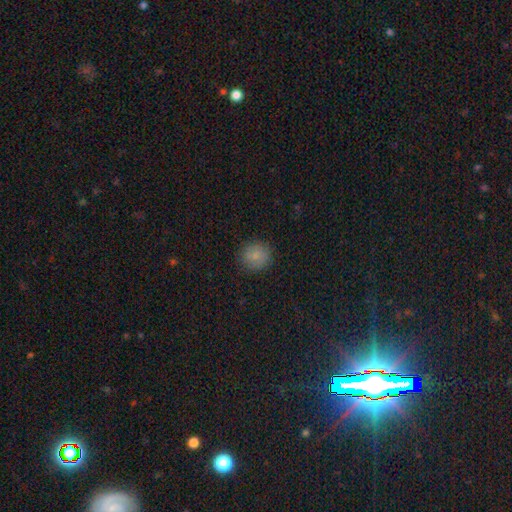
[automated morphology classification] smooth-or-featured: smooth: 79% | featured or disk: 11% | star or artifact: 9%
  how-rounded: round: 91% | in between: 8% | cigar-shaped: 1%
  merging: none: 86% | minor disturbance: 10% | major disturbance: 3% | merger: 1%